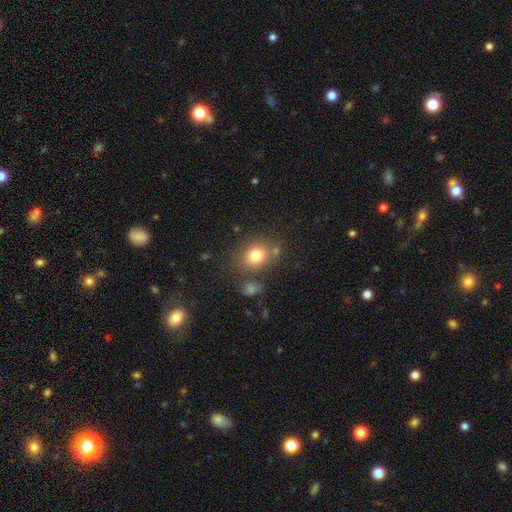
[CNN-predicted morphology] Smooth or featured? Predicted: smooth (p=0.78). How rounded? Predicted: round (p=0.58). Merging? Predicted: none (p=0.70).